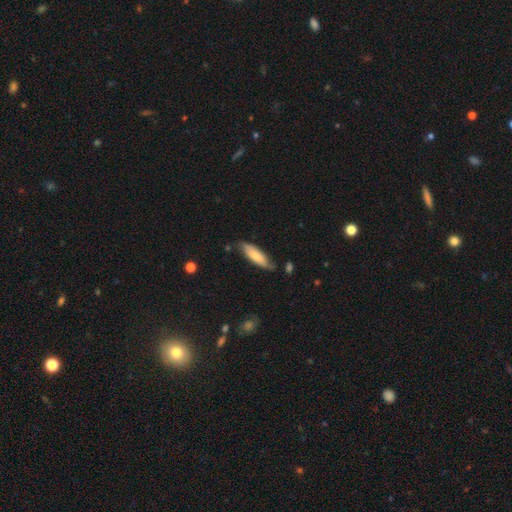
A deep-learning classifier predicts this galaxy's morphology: Smooth or featured? smooth (71%)
How rounded? cigar-shaped (53%)
Merging? none (73%)